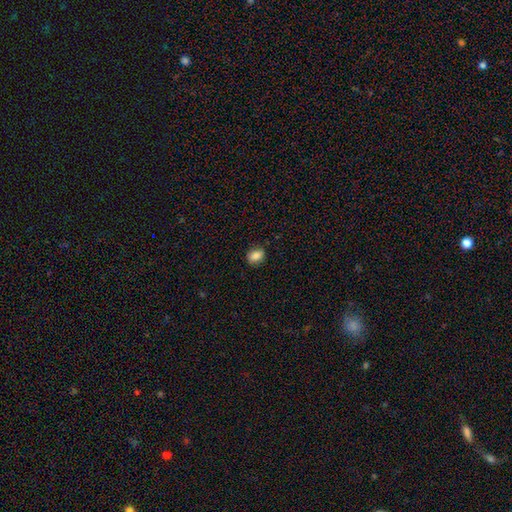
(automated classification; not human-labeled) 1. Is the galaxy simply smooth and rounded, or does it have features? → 83% smooth, 9% star or artifact, 8% featured or disk.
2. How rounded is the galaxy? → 63% in between, 35% round, 2% cigar-shaped.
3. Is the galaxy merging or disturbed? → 83% none, 13% minor disturbance, 3% major disturbance, 1% merger.